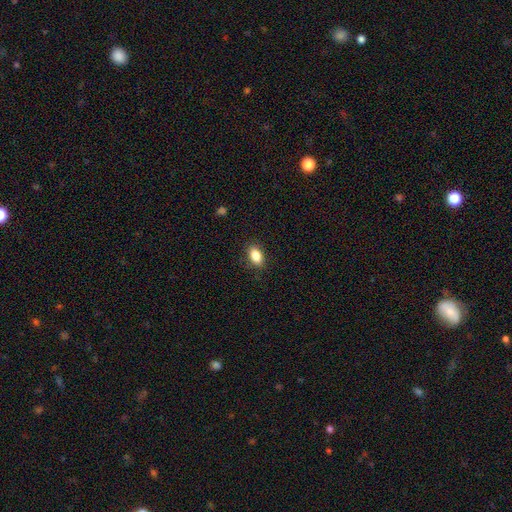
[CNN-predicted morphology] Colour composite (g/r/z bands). It shows a smooth galaxy with no disk features (86%) that is in between round and cigar-shaped (88%). Merging: none (87%).